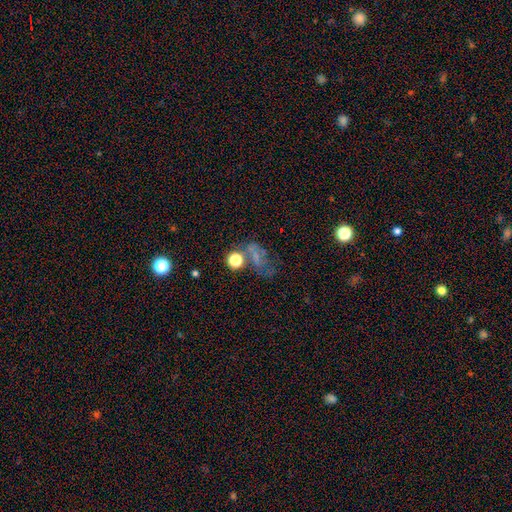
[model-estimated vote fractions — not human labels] smooth 36%, featured or disk 35%, star or artifact 29%. Down the decision tree: merging — none (38%).